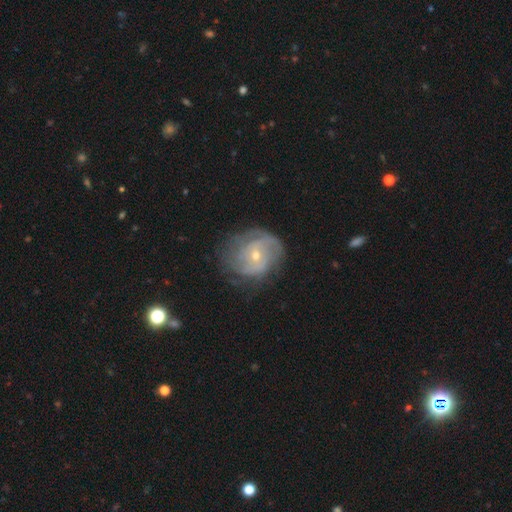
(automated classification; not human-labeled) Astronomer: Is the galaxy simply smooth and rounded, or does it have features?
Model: featured or disk — 74%.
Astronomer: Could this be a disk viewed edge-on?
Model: no — 97%.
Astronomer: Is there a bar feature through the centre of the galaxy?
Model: no — 62%.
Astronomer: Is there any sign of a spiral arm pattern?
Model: yes — 83%.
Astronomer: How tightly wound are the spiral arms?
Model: tight — 47% (runner-up: medium, 36%).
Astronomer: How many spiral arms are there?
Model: can't tell — 41% (runner-up: 2, 31%).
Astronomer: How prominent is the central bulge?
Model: small — 59% (runner-up: moderate, 37%).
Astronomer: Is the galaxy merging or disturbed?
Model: none — 61%.